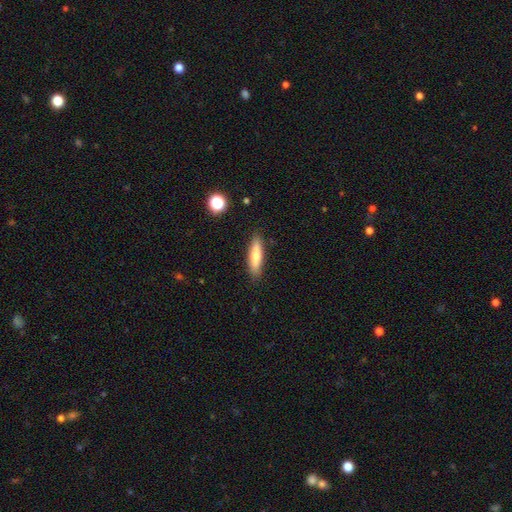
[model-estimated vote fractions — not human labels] The model was most divided on "smooth or featured": smooth: 72%, featured or disk: 21%, star or artifact: 7%. More confident: merging — none (87%); how rounded — cigar-shaped (76%).